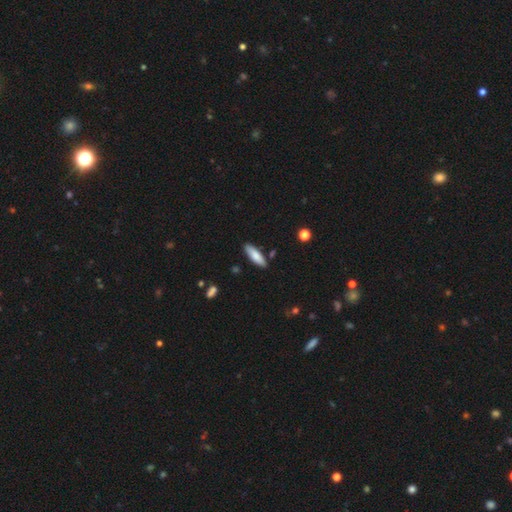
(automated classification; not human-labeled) Q: Smooth or featured?
A: smooth (81%); runner-up: featured or disk (13%)
Q: How rounded?
A: cigar-shaped (54%); runner-up: in between (44%)
Q: Merging?
A: none (86%); runner-up: minor disturbance (10%)